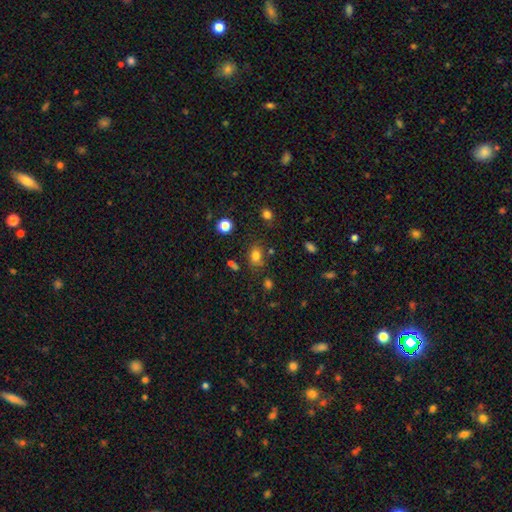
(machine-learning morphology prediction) This is likely a smooth galaxy (78%). How rounded: likely in between (67%). Merging: likely none (72%).